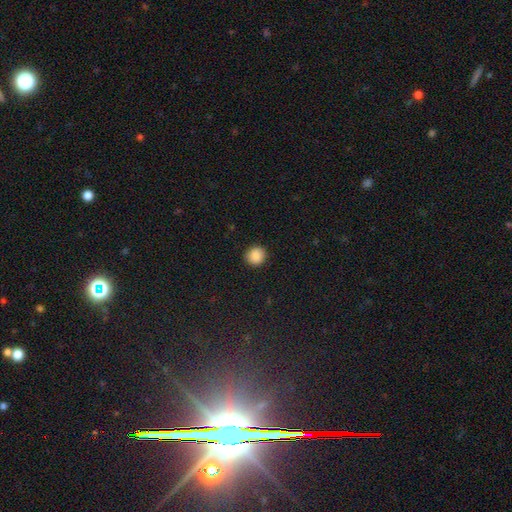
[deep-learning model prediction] The model was most divided on "smooth or featured": smooth: 89%, star or artifact: 9%, featured or disk: 2%. More confident: how rounded — round (91%); merging — none (91%).